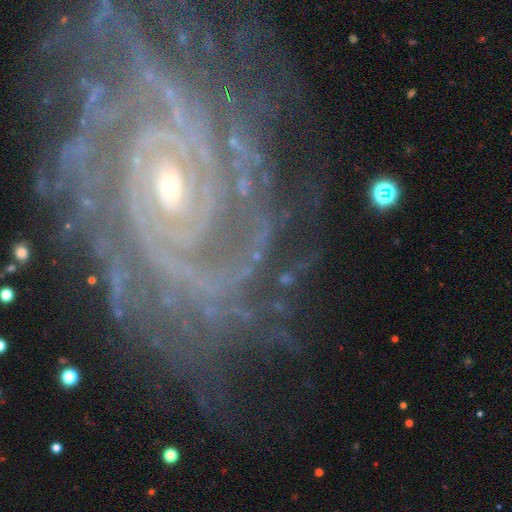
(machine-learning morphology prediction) type=featured or disk (74%); edge-on=no (95%); bar=no (46%); spiral arms=yes (95%); winding=tight (72%); arm count=can't tell (25%); bulge=small (62%); merging=none (70%).